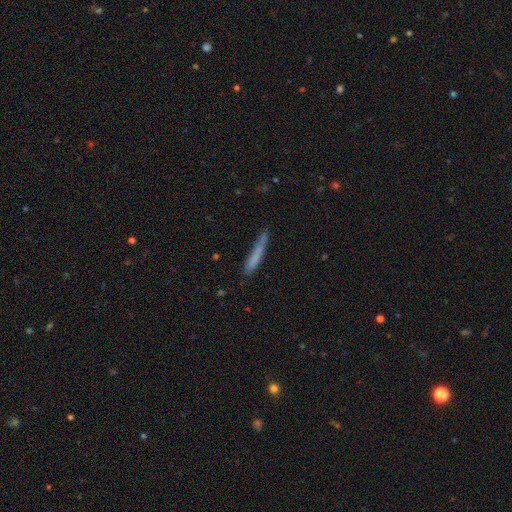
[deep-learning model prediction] smooth-or-featured: smooth: 72% | featured or disk: 21% | star or artifact: 8%
  how-rounded: cigar-shaped: 95% | in between: 4% | round: 1%
  merging: none: 73% | minor disturbance: 20% | major disturbance: 5% | merger: 2%